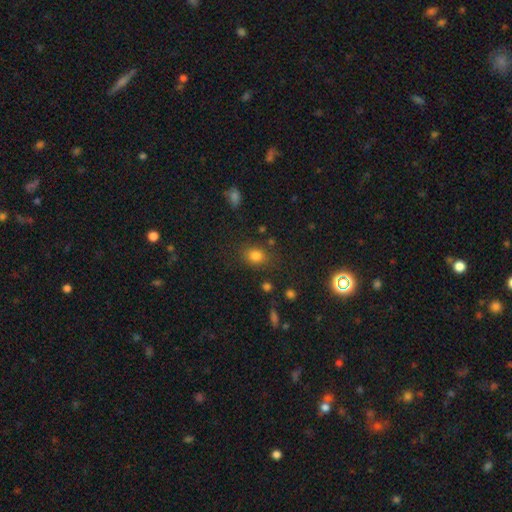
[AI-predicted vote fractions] This appears to be a smooth galaxy with no disk features (79%) that is round (57%). Merging: none (76%).